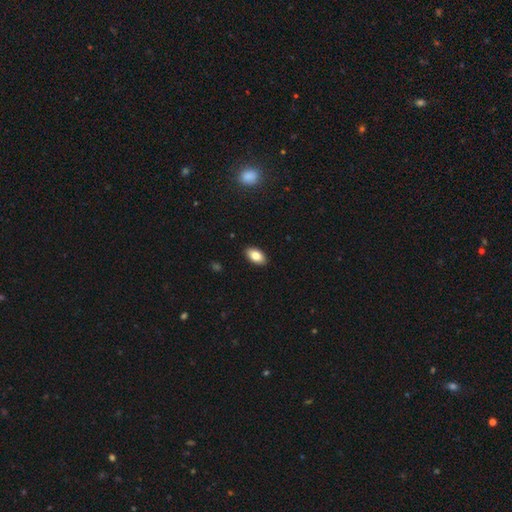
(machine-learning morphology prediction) This appears to be a smooth galaxy with no disk features (82%) that is in between round and cigar-shaped (93%). Merging: none (90%).